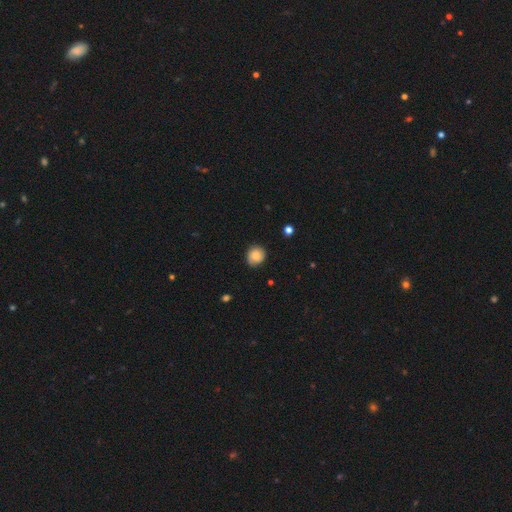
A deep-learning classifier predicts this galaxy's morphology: Smooth or featured? smooth (80%)
How rounded? round (84%)
Merging? none (79%)